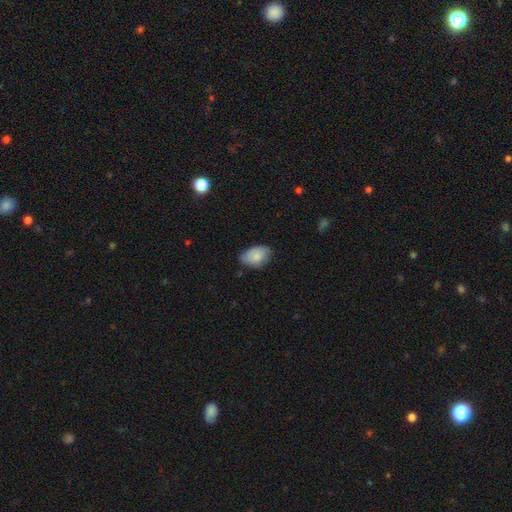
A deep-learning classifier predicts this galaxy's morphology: Smooth or featured?
  - smooth: 81% *
  - featured or disk: 12%
  - star or artifact: 7%
How rounded?
  - in between: 87% *
  - round: 12%
  - cigar-shaped: 1%
Merging?
  - none: 64% *
  - minor disturbance: 30%
  - major disturbance: 5%
  - merger: 1%